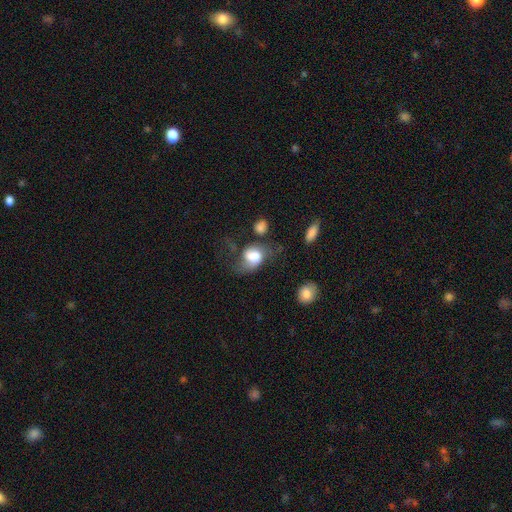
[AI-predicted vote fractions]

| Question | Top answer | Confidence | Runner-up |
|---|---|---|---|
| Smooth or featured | smooth | 56% | featured or disk (35%) |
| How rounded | in between | 67% | round (31%) |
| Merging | major disturbance | 33% | none (32%) |